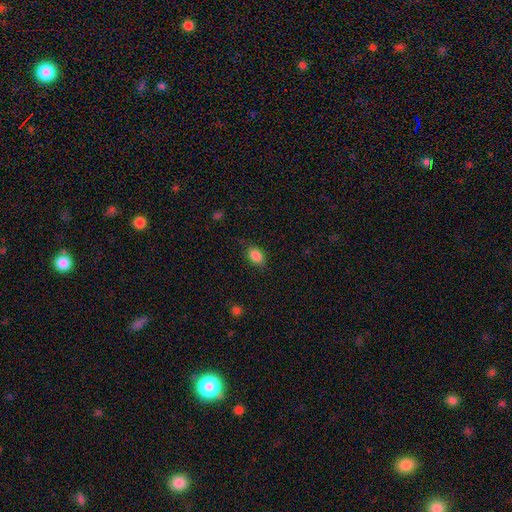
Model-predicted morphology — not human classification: Overall: smooth (87%). How rounded: in between (82%). Merging: none (80%).